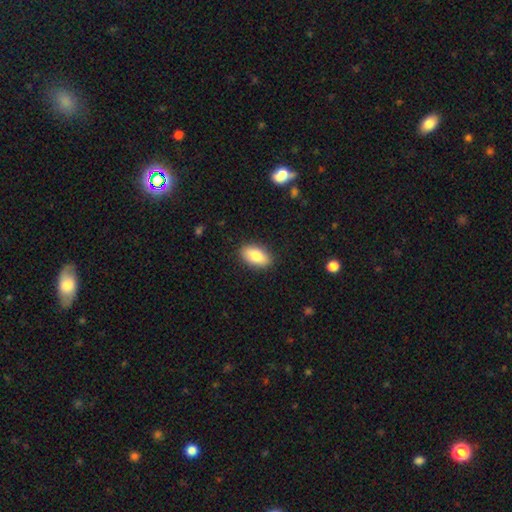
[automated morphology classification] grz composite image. It shows a smooth galaxy with no disk features (82%) that is in between round and cigar-shaped (91%). Merging: none (88%).